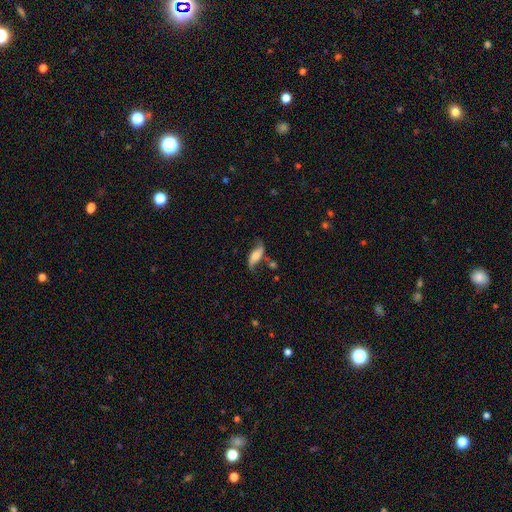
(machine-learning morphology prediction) smooth-or-featured: featured or disk: 57% | smooth: 35% | star or artifact: 8%
  disk-edge-on: no: 82% | yes: 18%
  merging: none: 56% | minor disturbance: 24% | major disturbance: 11% | merger: 8%